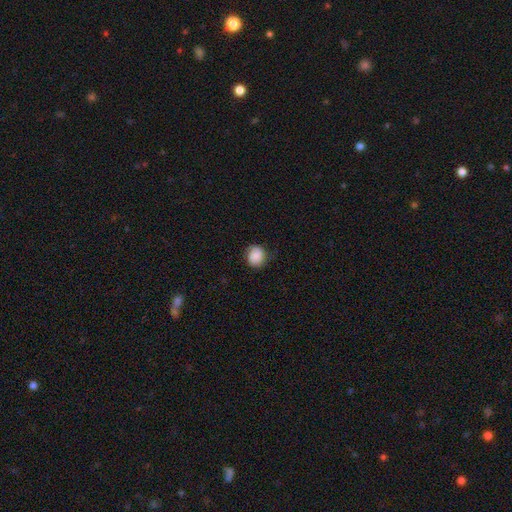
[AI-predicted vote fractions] Smooth or featured? Predicted: smooth (p=0.85). How rounded? Predicted: round (p=0.72). Merging? Predicted: none (p=0.75).